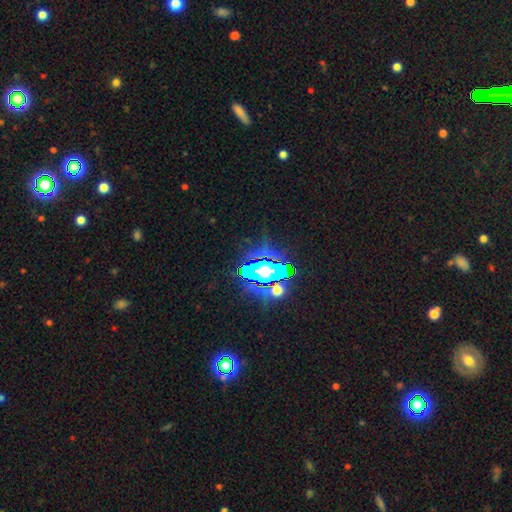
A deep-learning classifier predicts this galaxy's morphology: Smooth or featured? star or artifact (81%)